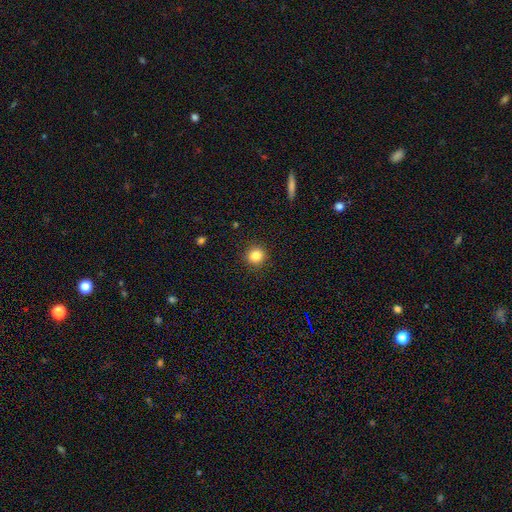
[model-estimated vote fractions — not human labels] This is clearly a smooth galaxy (84%). How rounded: clearly round (91%). Merging: clearly none (91%).